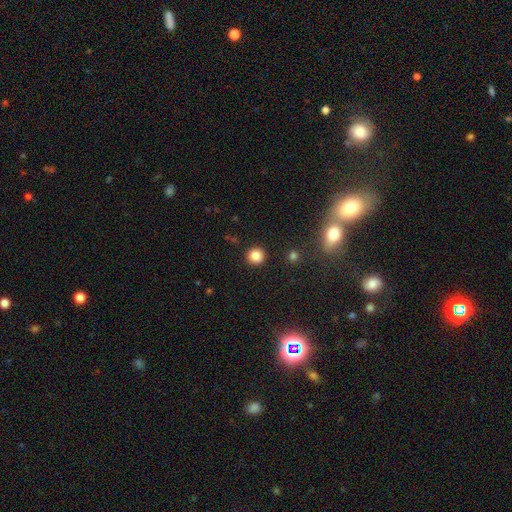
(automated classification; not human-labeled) A smooth galaxy with no disk features (84%) that is round (94%). Merging: none (92%).